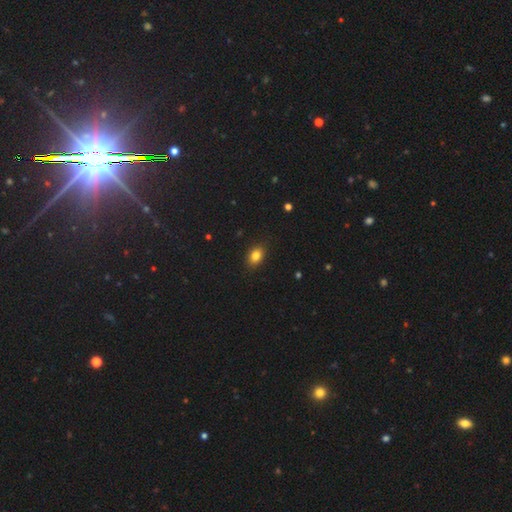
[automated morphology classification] smooth_or_featured: smooth (p=0.83) [alt: star or artifact p=0.11]
how_rounded: in between (p=0.73) [alt: round p=0.25]
merging: none (p=0.87) [alt: minor disturbance p=0.10]